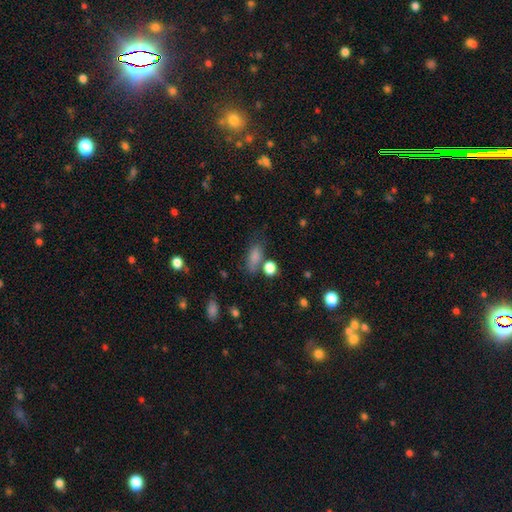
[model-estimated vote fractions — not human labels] The model was most divided on "merging": none: 64%, minor disturbance: 18%, merger: 10%, major disturbance: 8%. More confident: smooth or featured — smooth (71%); how rounded — in between (70%).